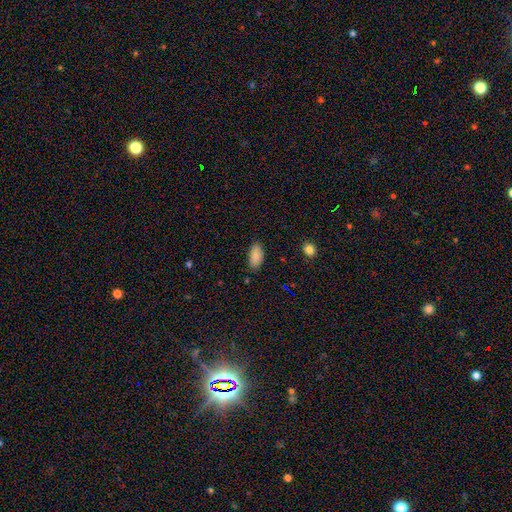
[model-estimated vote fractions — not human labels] Smooth or featured? Predicted: smooth (p=0.88). How rounded? Predicted: in between (p=0.93). Merging? Predicted: none (p=0.85).